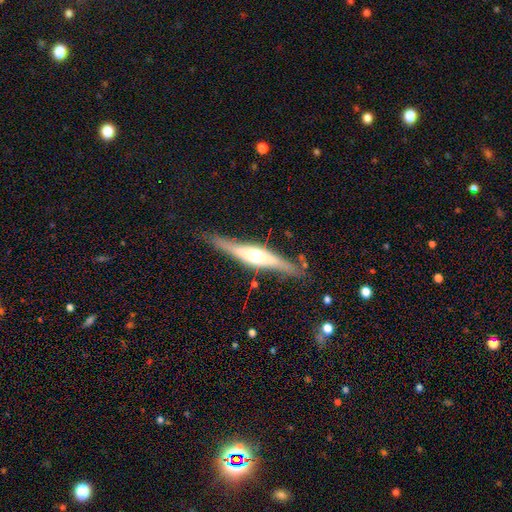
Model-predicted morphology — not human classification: type=featured or disk (71%); edge-on=yes (95%); edge-on bulge=rounded (87%); merging=none (82%).